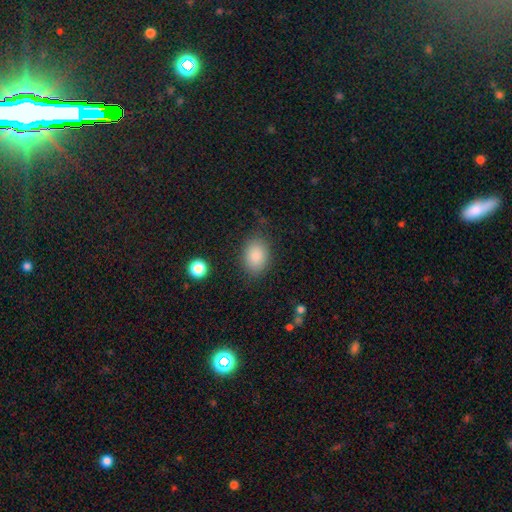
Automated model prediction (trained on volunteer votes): A smooth galaxy with no disk features (87%) that is in between round and cigar-shaped (73%).

Vote fractions:
- Smooth or featured? smooth: 87% / star or artifact: 8% / featured or disk: 5%
- How rounded? in between: 73% / round: 26% / cigar-shaped: 1%
- Merging? none: 83% / minor disturbance: 12% / major disturbance: 4% / merger: 1%